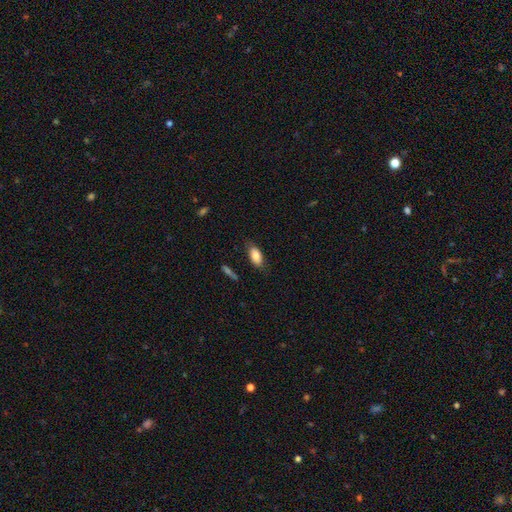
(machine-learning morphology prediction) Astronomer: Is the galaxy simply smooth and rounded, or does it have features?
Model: smooth — 81%.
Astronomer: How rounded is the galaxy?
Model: in between — 90%.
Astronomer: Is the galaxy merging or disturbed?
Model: none — 77%.